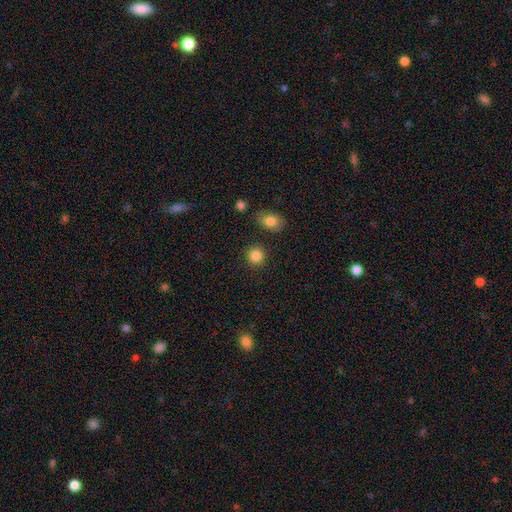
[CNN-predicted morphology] A smooth galaxy with no disk features (86%) that is round (91%).

Vote fractions:
- Smooth or featured? smooth: 86% / star or artifact: 10% / featured or disk: 4%
- How rounded? round: 91% / in between: 8% / cigar-shaped: 1%
- Merging? none: 88% / minor disturbance: 6% / merger: 3% / major disturbance: 2%